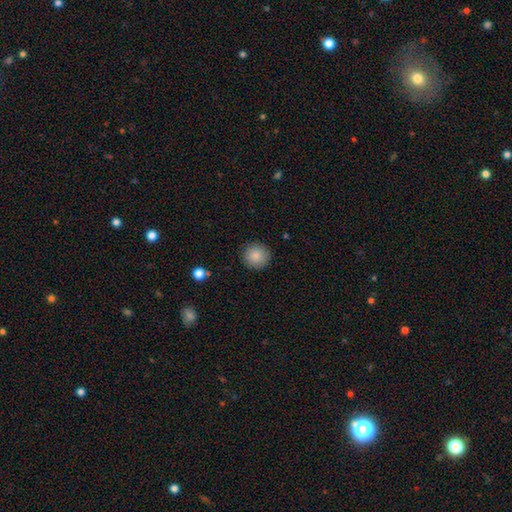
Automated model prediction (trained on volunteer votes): This is clearly a smooth galaxy (87%). How rounded: clearly round (95%). Merging: clearly none (91%).